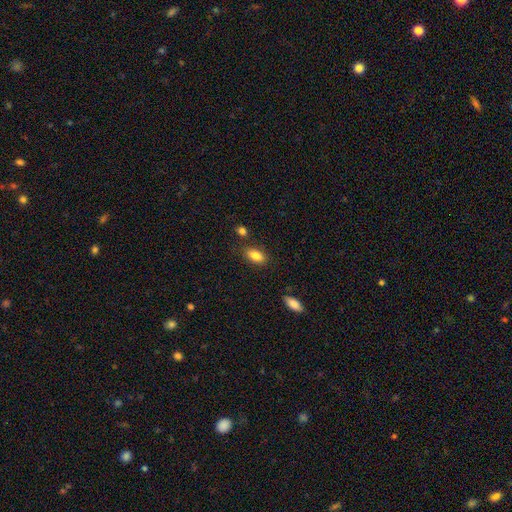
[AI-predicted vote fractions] Smooth or featured? Predicted: smooth (p=0.85). How rounded? Predicted: in between (p=0.89). Merging? Predicted: none (p=0.80).